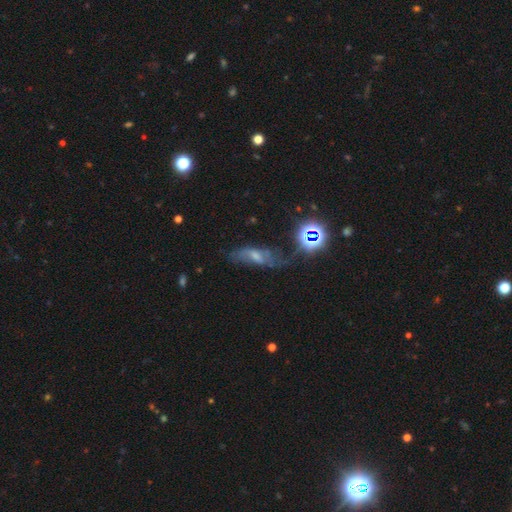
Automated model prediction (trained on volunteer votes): featured or disk 49%, smooth 28%, star or artifact 23%. Down the decision tree: merging — none (52%).